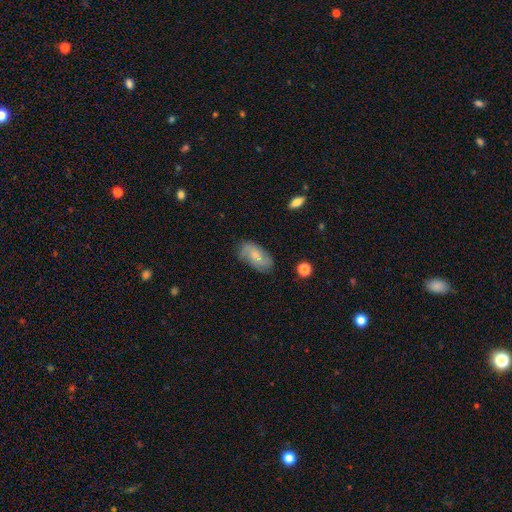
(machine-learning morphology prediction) Smooth or featured? smooth (52%)
How rounded? in between (92%)
Merging? none (69%)